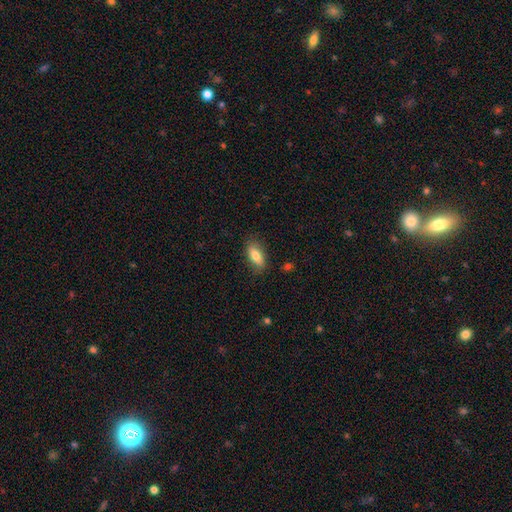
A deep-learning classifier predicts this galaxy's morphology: Q: Smooth or featured?
A: smooth (78%); runner-up: featured or disk (15%)
Q: How rounded?
A: in between (80%); runner-up: cigar-shaped (17%)
Q: Merging?
A: none (82%); runner-up: minor disturbance (13%)